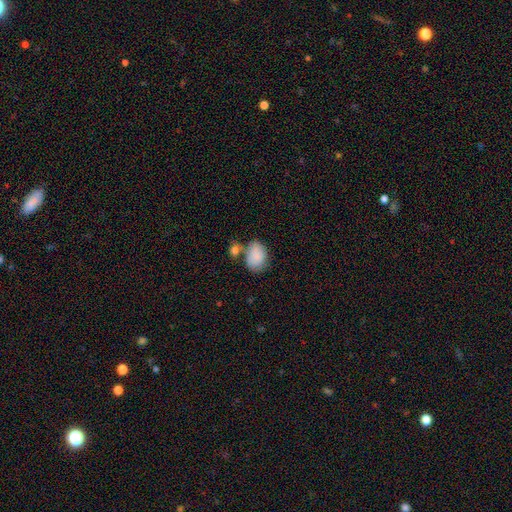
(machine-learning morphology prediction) Smooth or featured?
  - smooth: 85% *
  - featured or disk: 8%
  - star or artifact: 7%
How rounded?
  - in between: 79% *
  - round: 20%
  - cigar-shaped: 1%
Merging?
  - none: 49% *
  - merger: 24%
  - minor disturbance: 20%
  - major disturbance: 8%